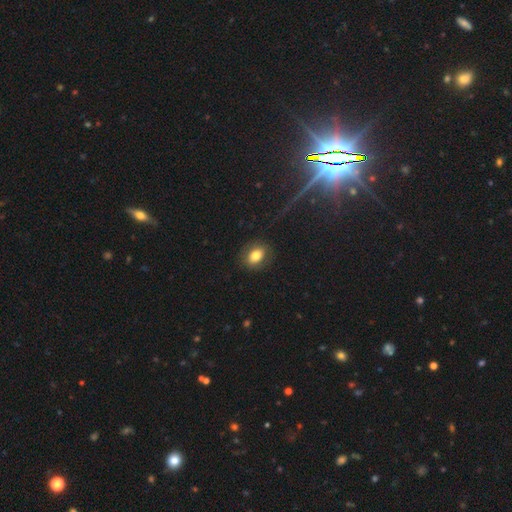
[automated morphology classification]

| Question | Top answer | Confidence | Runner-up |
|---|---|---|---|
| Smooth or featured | smooth | 76% | featured or disk (15%) |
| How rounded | in between | 69% | round (30%) |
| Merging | none | 84% | minor disturbance (10%) |